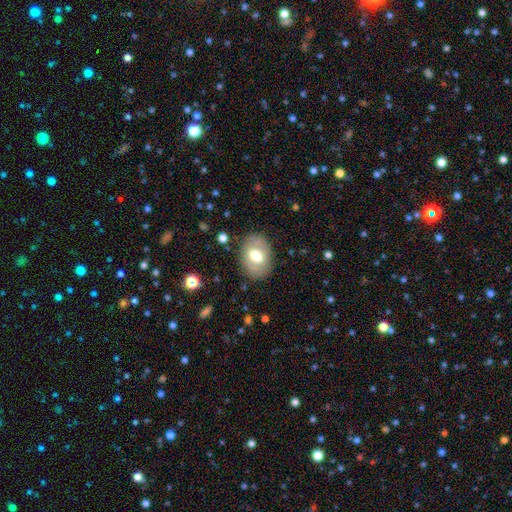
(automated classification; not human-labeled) This appears to be a smooth galaxy with no disk features (59%) that is in between round and cigar-shaped (71%). Merging: none (81%).